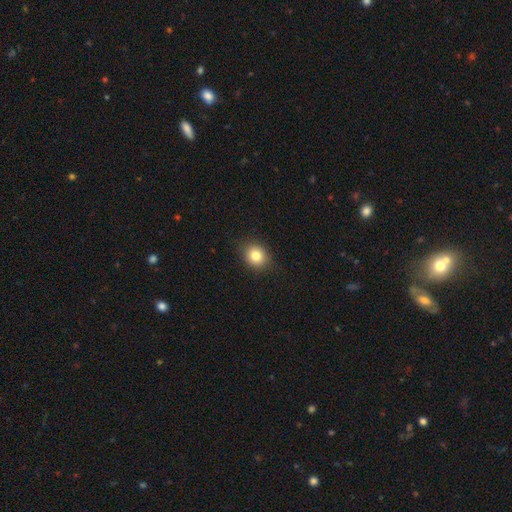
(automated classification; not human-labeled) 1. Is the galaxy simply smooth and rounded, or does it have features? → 82% smooth, 10% star or artifact, 7% featured or disk.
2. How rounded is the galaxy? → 68% round, 31% in between, 1% cigar-shaped.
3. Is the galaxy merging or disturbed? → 88% none, 9% minor disturbance, 2% major disturbance, 1% merger.